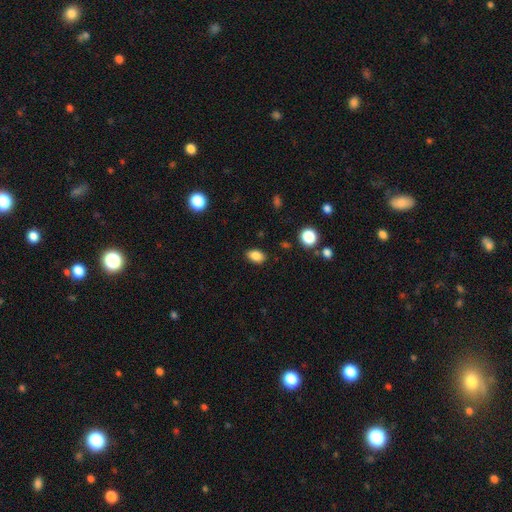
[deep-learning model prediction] smooth_or_featured: smooth (p=0.85) [alt: star or artifact p=0.10]
how_rounded: in between (p=0.81) [alt: round p=0.18]
merging: none (p=0.86) [alt: minor disturbance p=0.10]